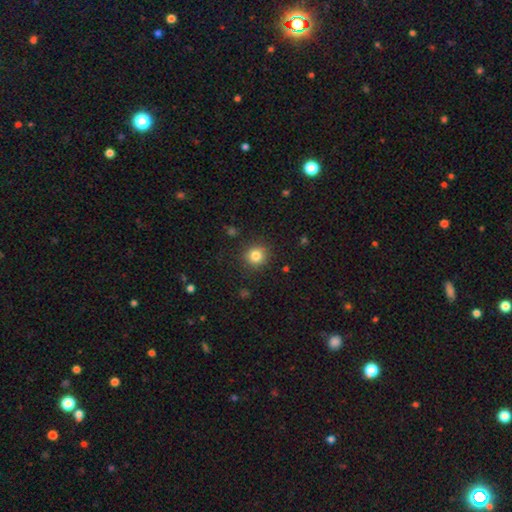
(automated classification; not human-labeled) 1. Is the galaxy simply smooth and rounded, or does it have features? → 83% smooth, 11% star or artifact, 6% featured or disk.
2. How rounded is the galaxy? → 92% round, 7% in between, 1% cigar-shaped.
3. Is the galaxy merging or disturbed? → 89% none, 7% minor disturbance, 3% major disturbance, 1% merger.